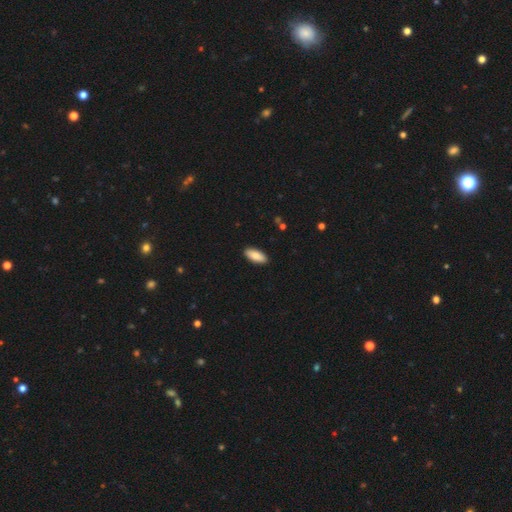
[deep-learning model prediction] Smooth or featured? smooth (86%)
How rounded? in between (81%)
Merging? none (90%)